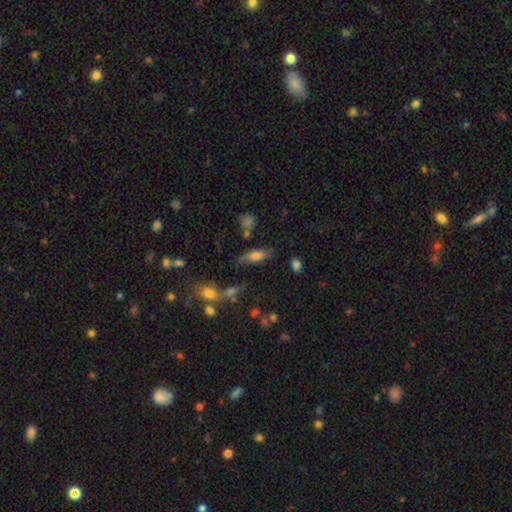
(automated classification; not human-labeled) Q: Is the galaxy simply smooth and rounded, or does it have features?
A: smooth — 65%.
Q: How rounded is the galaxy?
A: in between — 60%.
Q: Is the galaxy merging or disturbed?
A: none — 68%.